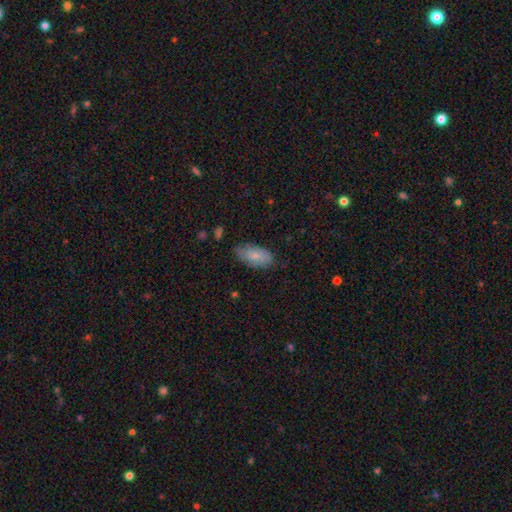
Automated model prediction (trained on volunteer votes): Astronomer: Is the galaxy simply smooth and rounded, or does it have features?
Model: smooth — 75%.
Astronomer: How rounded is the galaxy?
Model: in between — 92%.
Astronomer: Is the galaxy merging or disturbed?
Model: none — 76%.